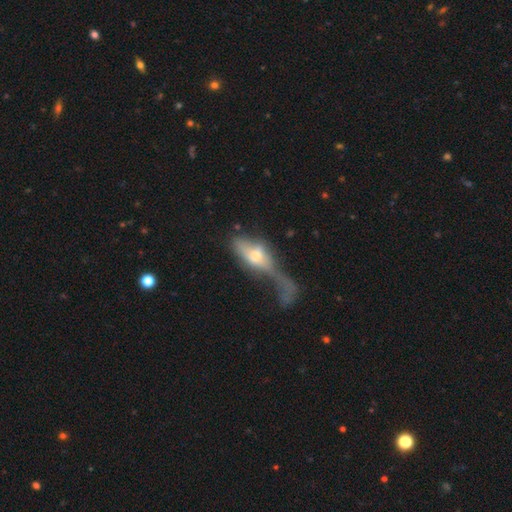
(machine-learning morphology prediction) type=featured or disk (46%); merging=major disturbance (54%).